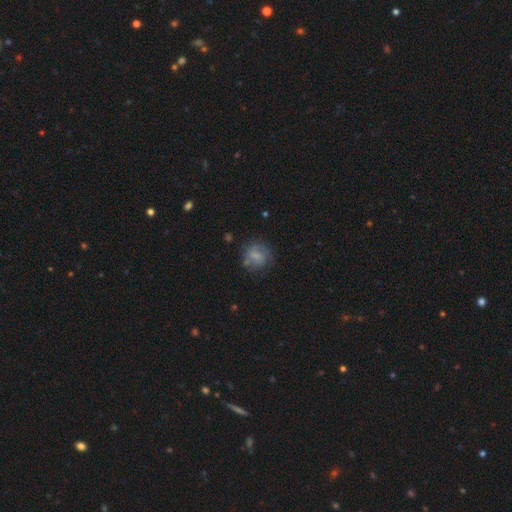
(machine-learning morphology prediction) smooth 56%, featured or disk 34%, star or artifact 9%. Down the decision tree: how rounded — round (81%); merging — none (64%).